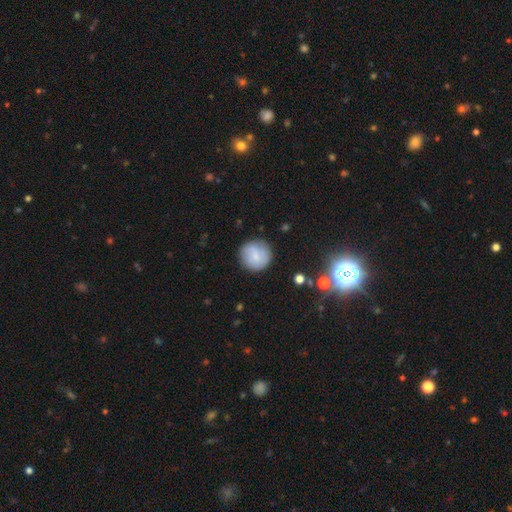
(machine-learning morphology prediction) Q: Smooth or featured?
A: smooth (75%); runner-up: featured or disk (17%)
Q: How rounded?
A: round (94%); runner-up: in between (5%)
Q: Merging?
A: none (81%); runner-up: minor disturbance (13%)